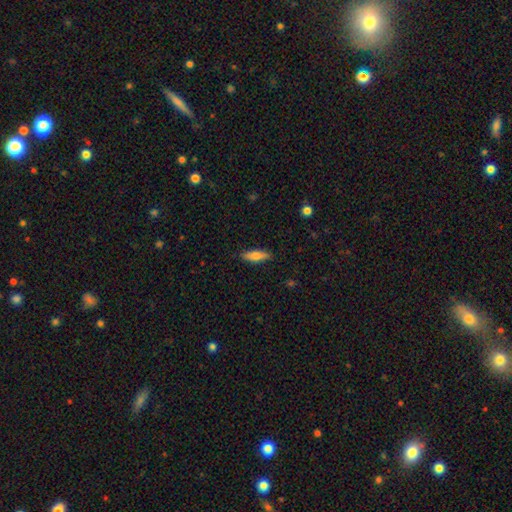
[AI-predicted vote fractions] A smooth galaxy with no disk features (73%) that is cigar-shaped (50%).

Vote fractions:
- Smooth or featured? smooth: 73% / featured or disk: 21% / star or artifact: 6%
- How rounded? cigar-shaped: 50% / in between: 48% / round: 2%
- Merging? none: 87% / minor disturbance: 10% / major disturbance: 2% / merger: 1%